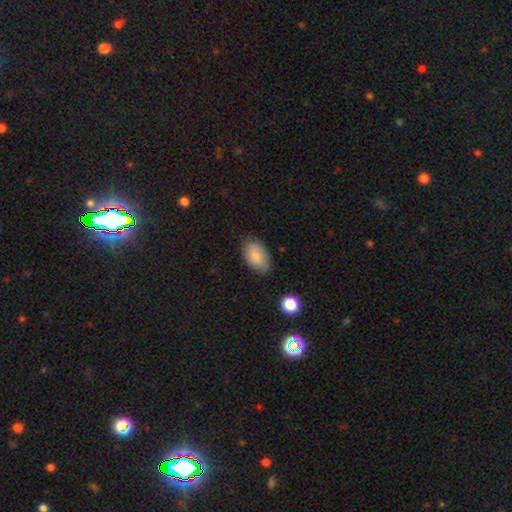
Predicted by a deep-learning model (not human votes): smooth-or-featured: smooth: 86% | featured or disk: 7% | star or artifact: 7%
  how-rounded: in between: 93% | round: 6% | cigar-shaped: 2%
  merging: none: 78% | minor disturbance: 16% | major disturbance: 3% | merger: 2%